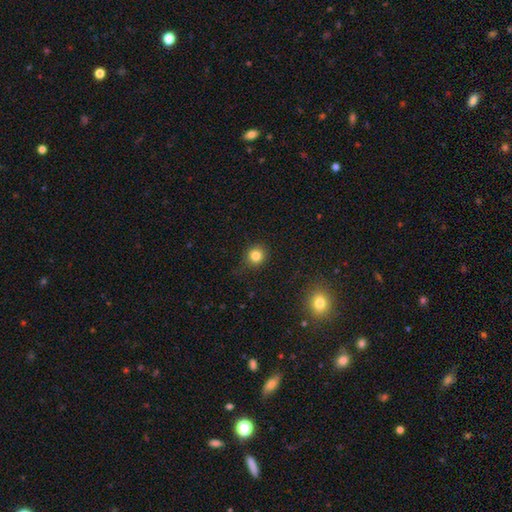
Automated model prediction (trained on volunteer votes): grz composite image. It shows a smooth galaxy with no disk features (82%) that is round (90%). Merging: none (83%).